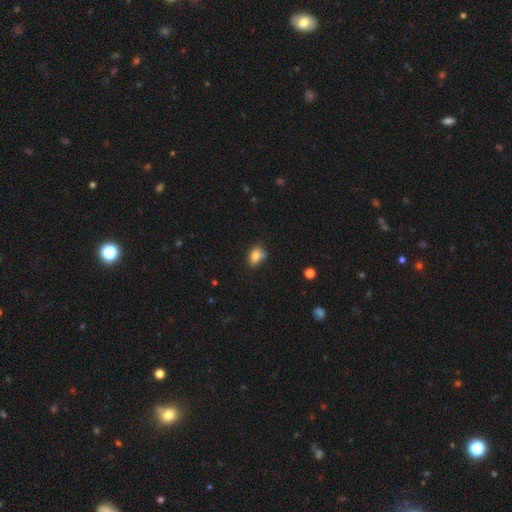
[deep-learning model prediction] smooth_or_featured: smooth (p=0.82) [alt: star or artifact p=0.10]
how_rounded: in between (p=0.76) [alt: round p=0.22]
merging: none (p=0.61) [alt: minor disturbance p=0.27]